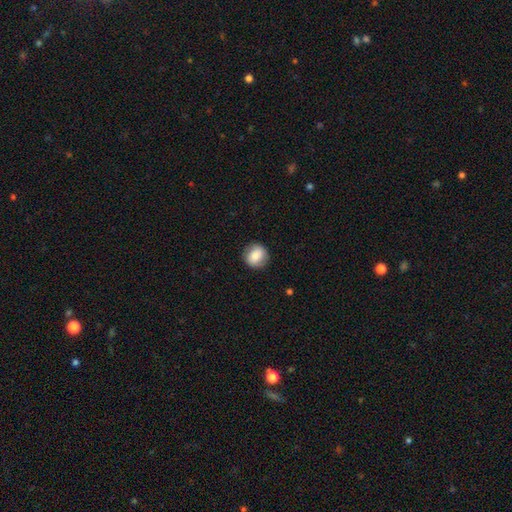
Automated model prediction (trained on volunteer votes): Overall: smooth (78%). How rounded: round (88%). Merging: none (85%).